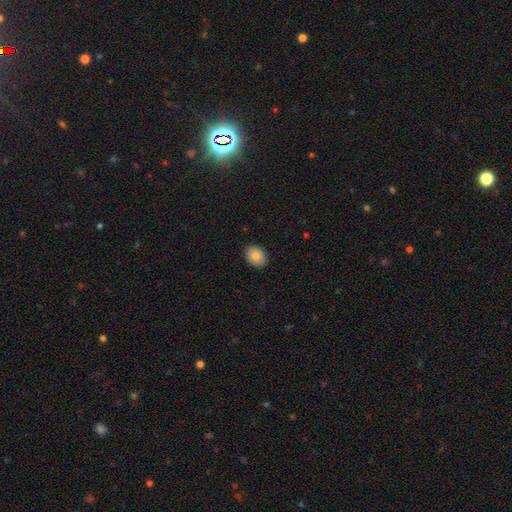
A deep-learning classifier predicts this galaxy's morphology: Smooth or featured? Predicted: smooth (p=0.85). How rounded? Predicted: in between (p=0.64). Merging? Predicted: none (p=0.86).